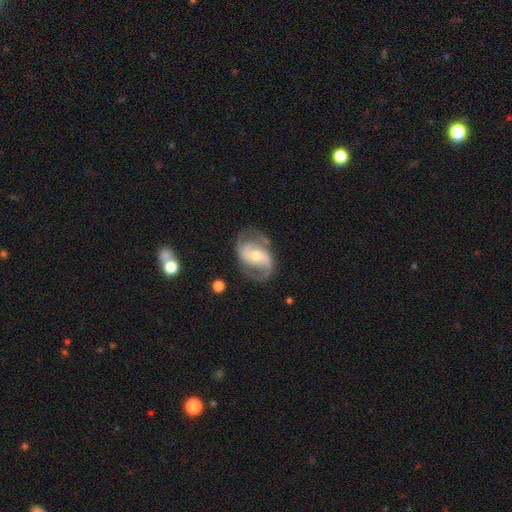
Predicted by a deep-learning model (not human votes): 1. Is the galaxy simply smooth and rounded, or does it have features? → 85% featured or disk, 10% smooth, 5% star or artifact.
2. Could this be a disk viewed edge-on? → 97% no, 3% yes.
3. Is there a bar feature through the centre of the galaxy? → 41% weak, 38% no, 21% strong.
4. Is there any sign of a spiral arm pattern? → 95% yes, 5% no.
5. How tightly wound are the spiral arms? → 50% medium, 31% loose, 19% tight.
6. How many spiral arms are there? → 85% 2, 5% 1, 5% can't tell, 3% 3, 1% 4, 1% more than 4.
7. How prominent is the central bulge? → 53% moderate, 41% small, 4% large, 1% none, 1% dominant.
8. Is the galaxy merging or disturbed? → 70% none, 18% minor disturbance, 10% major disturbance, 2% merger.